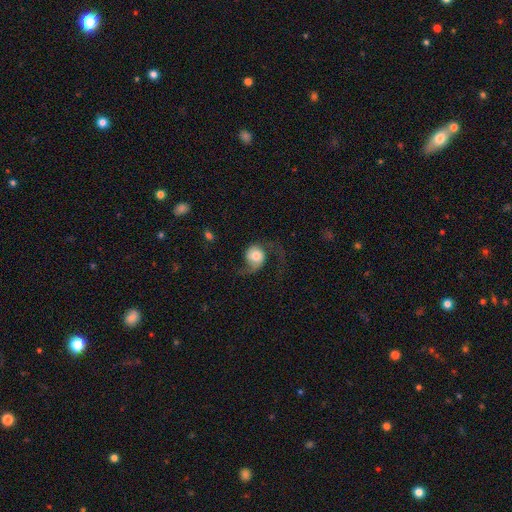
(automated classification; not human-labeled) Smooth or featured? Predicted: featured or disk (p=0.54). Edge-on disk? Predicted: no (p=0.97). Bar? Predicted: no (p=0.74). Spiral arms? Predicted: yes (p=0.90). Bulge size? Predicted: moderate (p=0.35). Merging? Predicted: none (p=0.42).